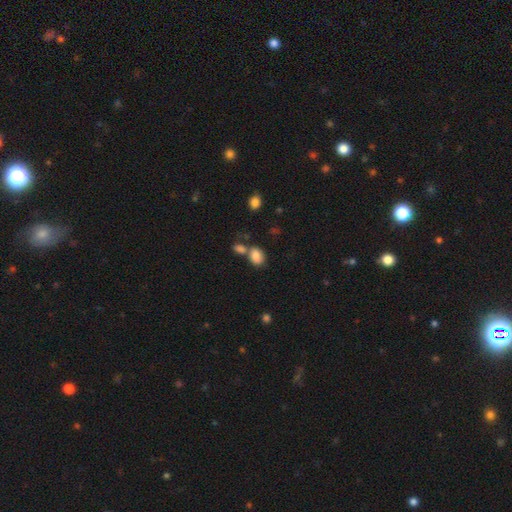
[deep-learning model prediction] Morphology: type=smooth (82%); roundness=in between (68%); merging=none (46%).